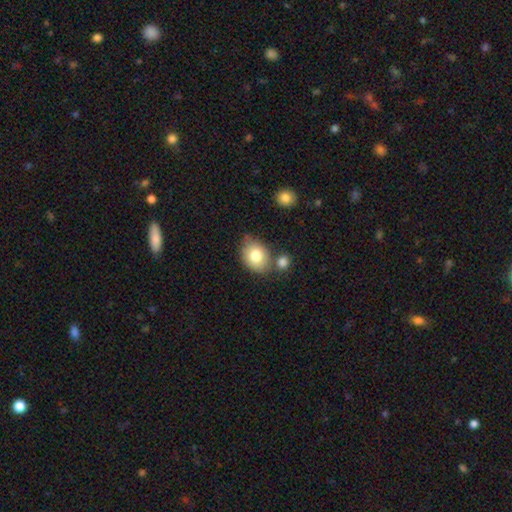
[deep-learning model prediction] Smooth or featured?
  - smooth: 78% *
  - featured or disk: 14%
  - star or artifact: 8%
How rounded?
  - in between: 61% *
  - round: 38%
  - cigar-shaped: 1%
Merging?
  - none: 60% *
  - minor disturbance: 18%
  - merger: 17%
  - major disturbance: 5%